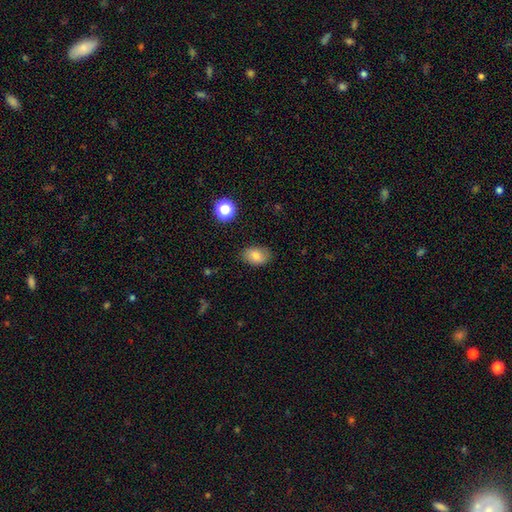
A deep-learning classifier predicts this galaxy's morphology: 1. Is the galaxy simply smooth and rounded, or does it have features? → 79% smooth, 11% featured or disk, 10% star or artifact.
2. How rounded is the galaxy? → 83% in between, 16% round, 1% cigar-shaped.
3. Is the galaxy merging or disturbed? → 82% none, 14% minor disturbance, 3% major disturbance, 1% merger.